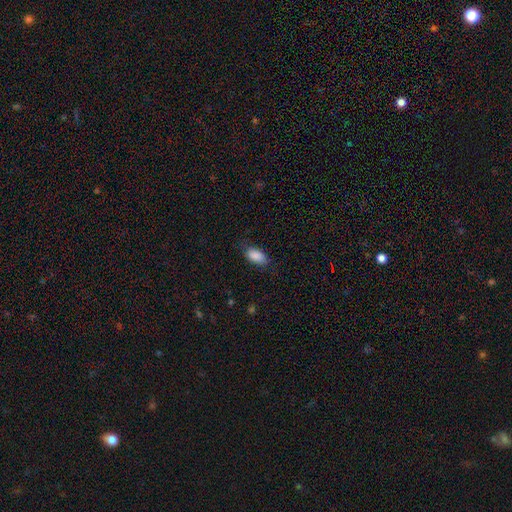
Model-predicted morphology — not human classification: smooth 88%, star or artifact 7%, featured or disk 5%. Down the decision tree: how rounded — in between (92%); merging — none (75%).